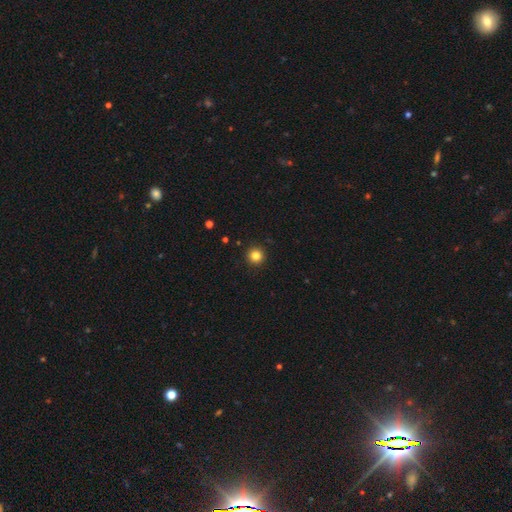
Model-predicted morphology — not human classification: The model was most divided on "smooth or featured": smooth: 83%, star or artifact: 13%, featured or disk: 5%. More confident: how rounded — round (96%); merging — none (93%).